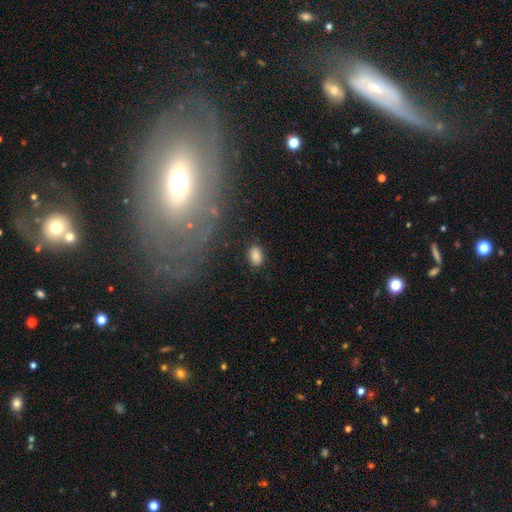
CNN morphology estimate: A smooth galaxy with no disk features (86%) that is in between round and cigar-shaped (89%).

Vote fractions:
- Smooth or featured? smooth: 86% / star or artifact: 9% / featured or disk: 6%
- How rounded? in between: 89% / round: 9% / cigar-shaped: 2%
- Merging? none: 81% / minor disturbance: 13% / major disturbance: 4% / merger: 2%